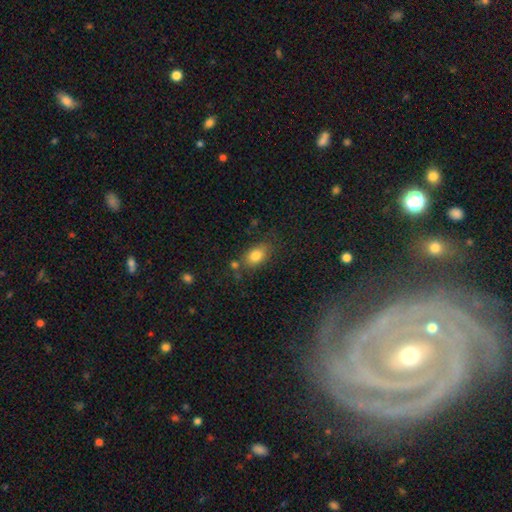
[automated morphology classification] This is clearly a smooth galaxy (81%). How rounded: clearly in between (81%). Merging: likely none (68%).